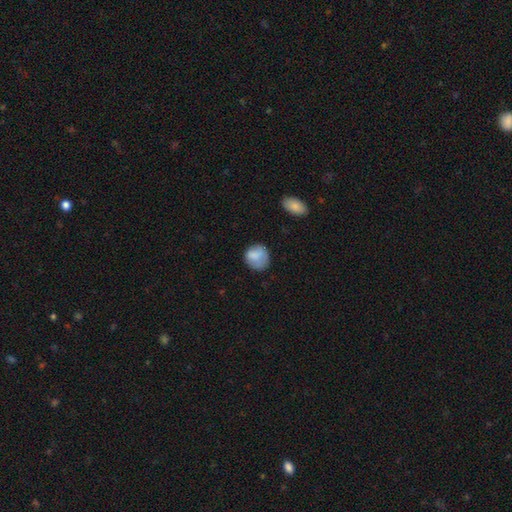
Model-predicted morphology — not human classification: Smooth or featured?
  - smooth: 81% *
  - featured or disk: 11%
  - star or artifact: 8%
How rounded?
  - round: 77% *
  - in between: 22%
  - cigar-shaped: 1%
Merging?
  - none: 64% *
  - minor disturbance: 25%
  - major disturbance: 9%
  - merger: 2%